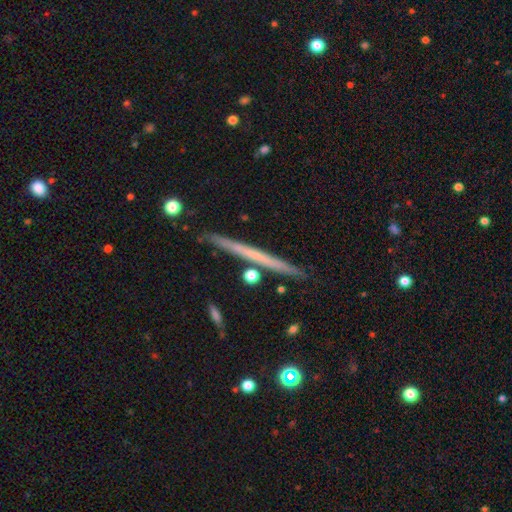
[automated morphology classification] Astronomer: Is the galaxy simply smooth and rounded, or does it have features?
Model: featured or disk — 55% (runner-up: smooth, 39%).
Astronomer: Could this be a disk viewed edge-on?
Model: yes — 97%.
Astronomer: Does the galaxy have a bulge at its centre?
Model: none — 89%.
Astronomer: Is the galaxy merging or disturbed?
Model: none — 89%.